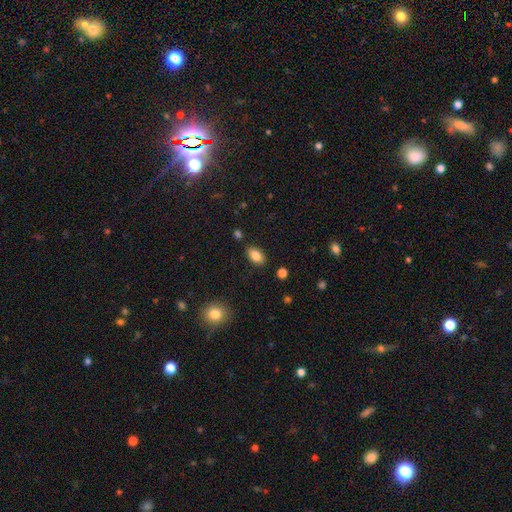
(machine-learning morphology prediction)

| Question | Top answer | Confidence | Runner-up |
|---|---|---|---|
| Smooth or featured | smooth | 85% | star or artifact (8%) |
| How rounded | in between | 91% | round (7%) |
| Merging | none | 84% | minor disturbance (11%) |